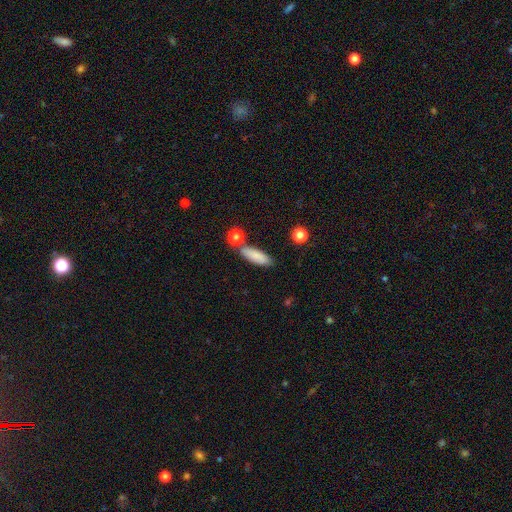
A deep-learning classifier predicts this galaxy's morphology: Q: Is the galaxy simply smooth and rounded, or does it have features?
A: smooth — 84%.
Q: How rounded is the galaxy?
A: in between — 53%.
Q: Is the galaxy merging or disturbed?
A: none — 73%.